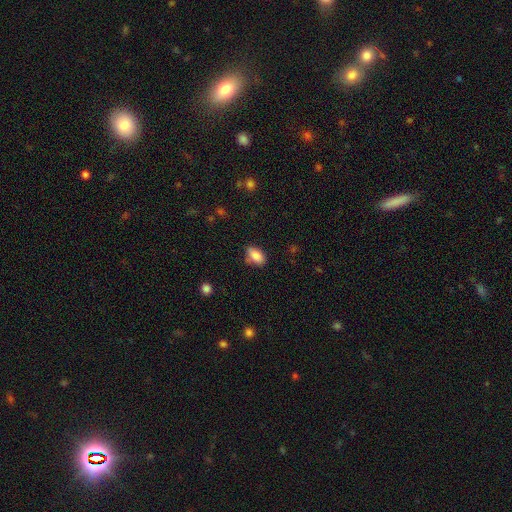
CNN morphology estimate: type=smooth (86%); roundness=in between (90%); merging=none (71%).